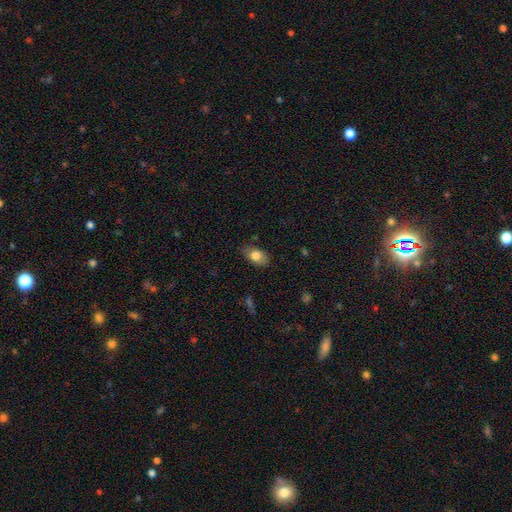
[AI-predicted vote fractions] Smooth or featured?
  - smooth: 79% *
  - featured or disk: 14%
  - star or artifact: 7%
How rounded?
  - in between: 88% *
  - round: 10%
  - cigar-shaped: 2%
Merging?
  - none: 77% *
  - minor disturbance: 18%
  - major disturbance: 3%
  - merger: 1%